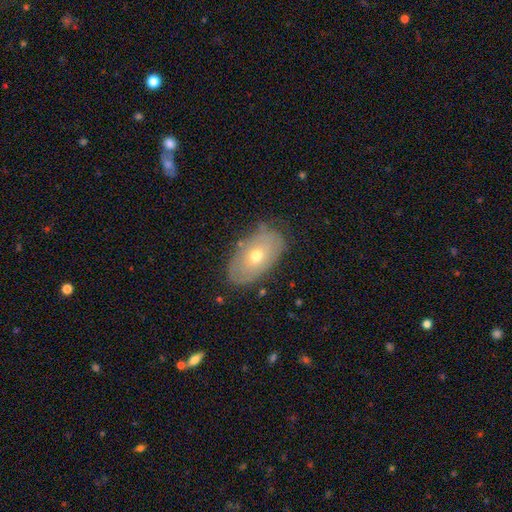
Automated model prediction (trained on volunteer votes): smooth_or_featured: featured or disk (p=0.47) [alt: smooth p=0.44]
merging: none (p=0.78) [alt: minor disturbance p=0.16]